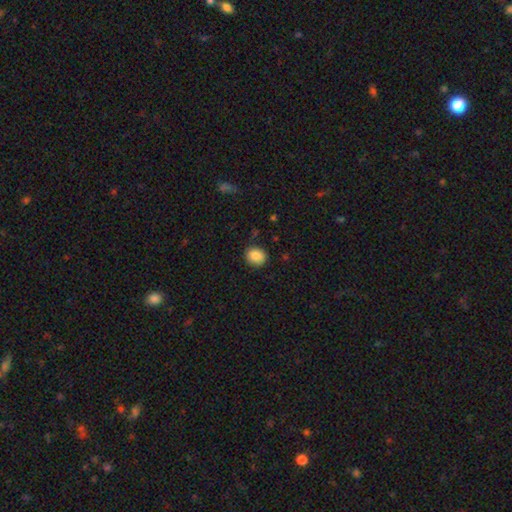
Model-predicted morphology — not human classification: Smooth or featured? Predicted: smooth (p=0.87). How rounded? Predicted: round (p=0.60). Merging? Predicted: none (p=0.86).